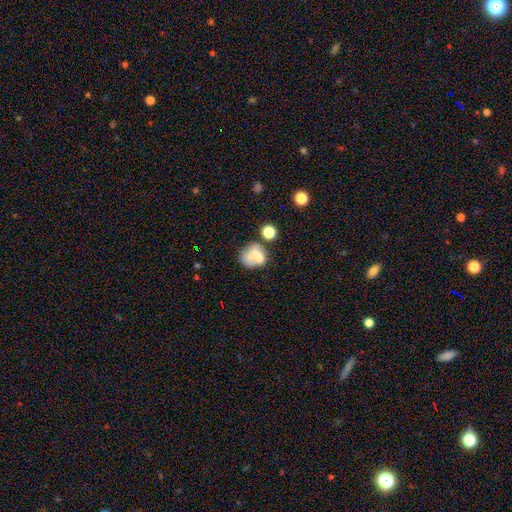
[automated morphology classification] type=smooth (59%); roundness=round (63%); merging=none (39%).